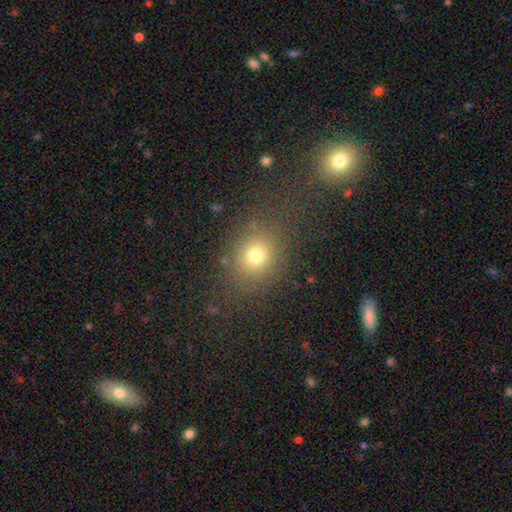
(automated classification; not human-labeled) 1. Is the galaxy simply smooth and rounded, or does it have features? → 73% smooth, 18% star or artifact, 9% featured or disk.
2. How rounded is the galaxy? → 67% round, 32% in between, 1% cigar-shaped.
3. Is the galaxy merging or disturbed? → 77% none, 11% minor disturbance, 8% major disturbance, 5% merger.